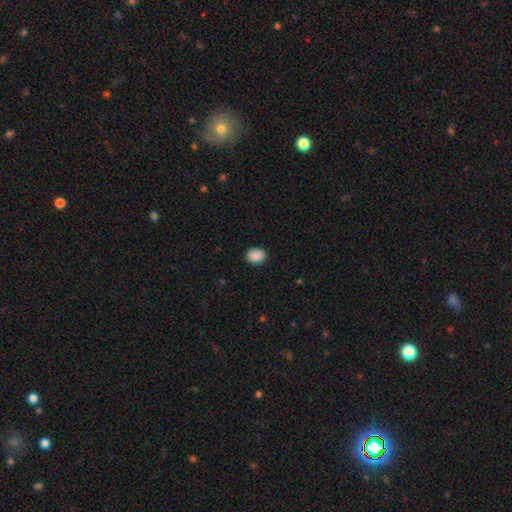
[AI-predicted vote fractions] The model was most divided on "how rounded": in between: 65%, round: 35%, cigar-shaped: 1%. More confident: smooth or featured — smooth (90%); merging — none (88%).